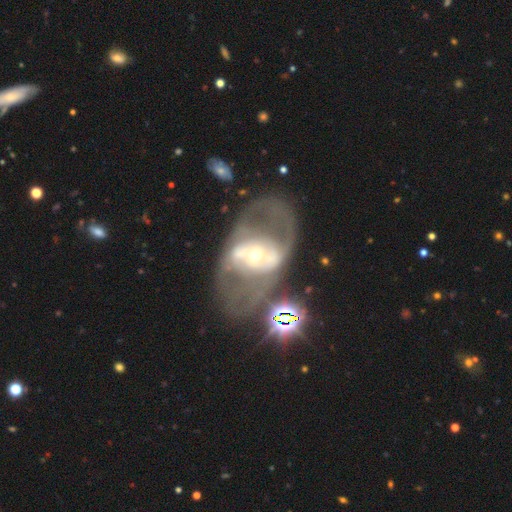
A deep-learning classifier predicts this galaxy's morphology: Smooth or featured? featured or disk (79%)
Edge-on disk? no (94%)
Bar? strong (40%)
Spiral arms? yes (64%)
Bulge size? small (48%)
Merging? none (45%)